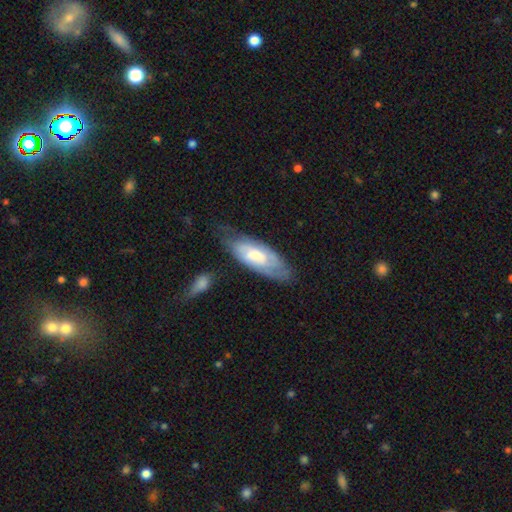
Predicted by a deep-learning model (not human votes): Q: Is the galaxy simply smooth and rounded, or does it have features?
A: featured or disk — 51%.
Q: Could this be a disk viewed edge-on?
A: no — 83%.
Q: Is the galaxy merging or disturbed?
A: none — 59%.